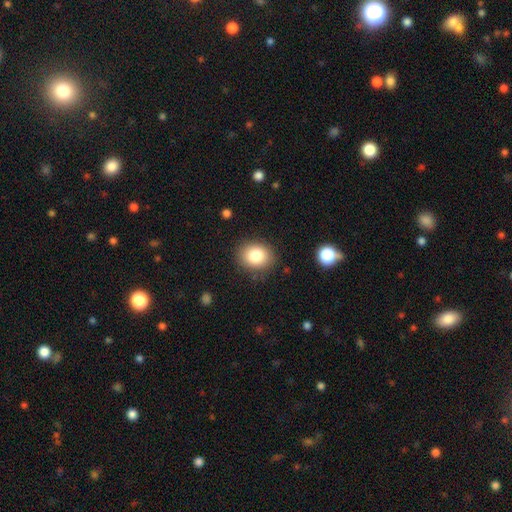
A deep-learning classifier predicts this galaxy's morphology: Smooth or featured: smooth — 82% (star or artifact — 10%)
How rounded: round — 53% (in between — 46%)
Merging: none — 86% (minor disturbance — 10%)